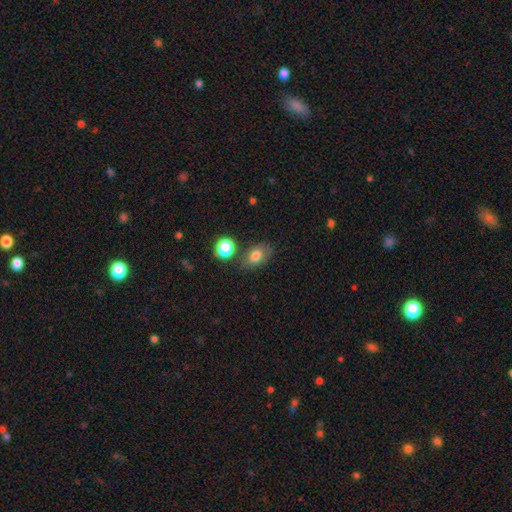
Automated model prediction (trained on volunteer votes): Smooth or featured?
  - smooth: 75% *
  - featured or disk: 14%
  - star or artifact: 11%
How rounded?
  - in between: 82% *
  - round: 16%
  - cigar-shaped: 2%
Merging?
  - none: 69% *
  - minor disturbance: 18%
  - merger: 7%
  - major disturbance: 5%